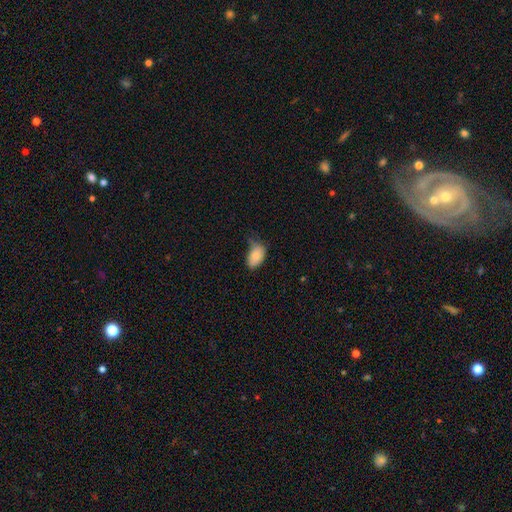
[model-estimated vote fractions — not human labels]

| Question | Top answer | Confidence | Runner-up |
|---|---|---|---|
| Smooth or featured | smooth | 83% | featured or disk (9%) |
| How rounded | in between | 91% | round (7%) |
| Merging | minor disturbance | 43% | none (41%) |